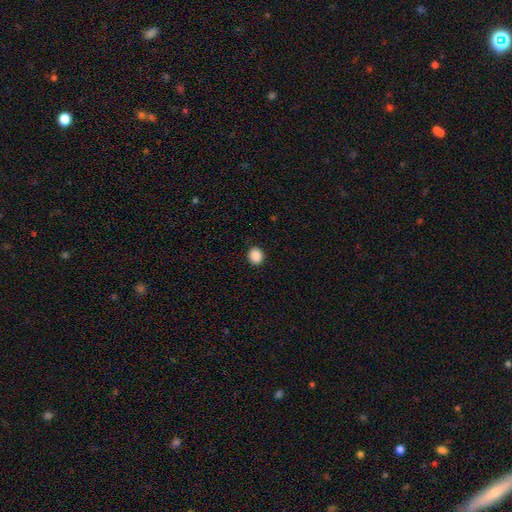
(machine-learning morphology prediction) smooth-or-featured: smooth: 89% | star or artifact: 9% | featured or disk: 2%
  how-rounded: round: 83% | in between: 16% | cigar-shaped: 1%
  merging: none: 92% | minor disturbance: 6% | major disturbance: 2% | merger: 1%